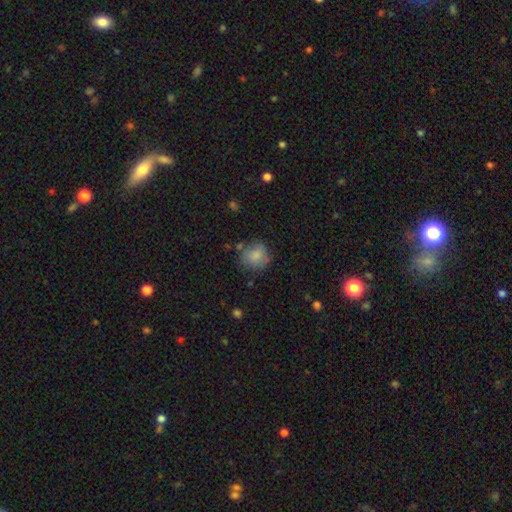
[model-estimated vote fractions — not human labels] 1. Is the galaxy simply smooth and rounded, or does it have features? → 77% smooth, 15% featured or disk, 8% star or artifact.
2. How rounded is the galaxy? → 80% round, 19% in between, 1% cigar-shaped.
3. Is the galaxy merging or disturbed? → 65% none, 22% minor disturbance, 8% major disturbance, 5% merger.